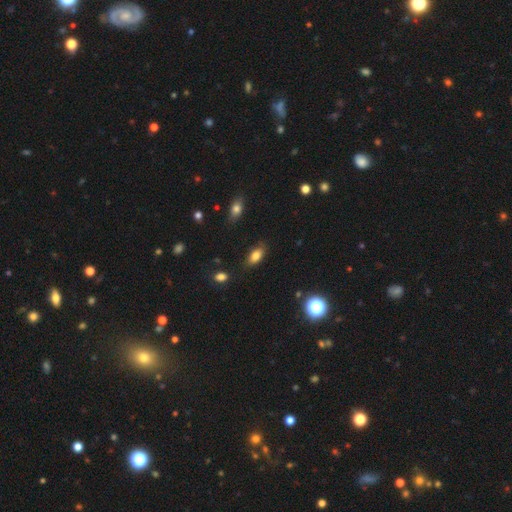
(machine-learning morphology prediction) type=smooth (81%); roundness=in between (88%); merging=none (77%).